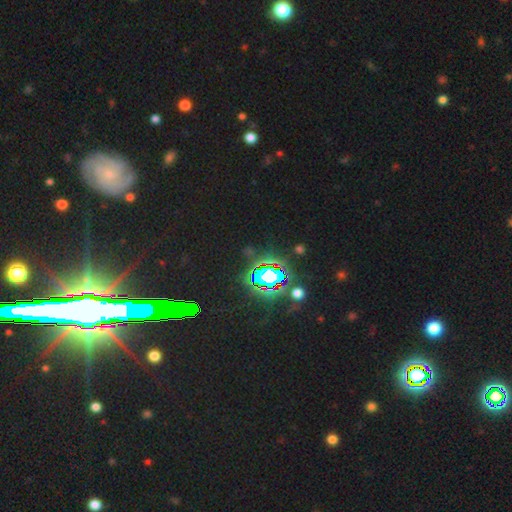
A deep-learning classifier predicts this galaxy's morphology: smooth-or-featured: star or artifact: 80% | featured or disk: 11% | smooth: 9%